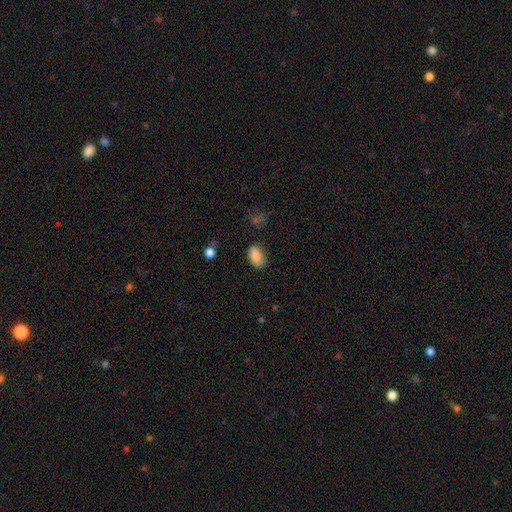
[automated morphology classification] This is clearly a smooth galaxy (87%). How rounded: clearly in between (91%). Merging: likely none (75%).